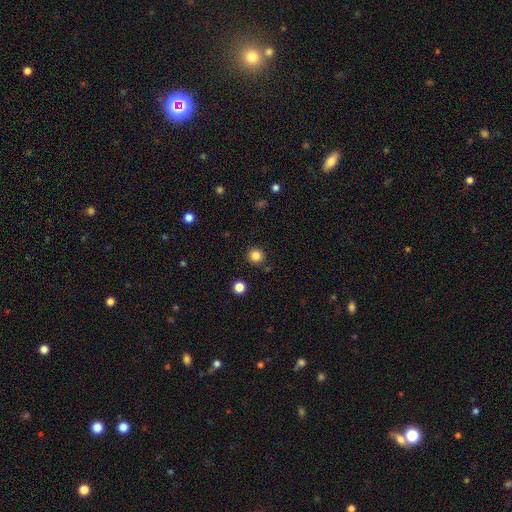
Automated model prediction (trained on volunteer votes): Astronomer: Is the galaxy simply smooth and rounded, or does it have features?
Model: smooth — 83%.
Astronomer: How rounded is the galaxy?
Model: round — 94%.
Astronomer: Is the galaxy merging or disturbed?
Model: none — 89%.